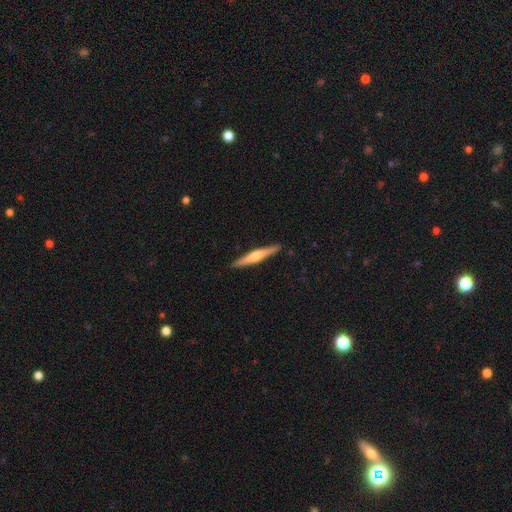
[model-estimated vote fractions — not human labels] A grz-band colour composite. It shows a featured or disk galaxy (64%) viewed edge-on (98%) with a rounded central bulge (83%). Merging: none (92%).